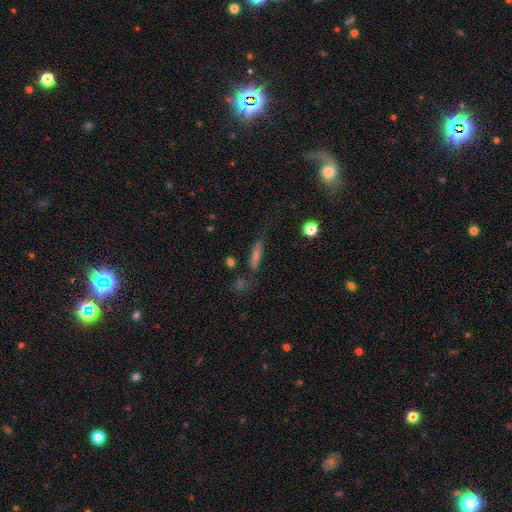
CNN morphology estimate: smooth 48%, featured or disk 36%, star or artifact 16%. Down the decision tree: merging — none (66%).